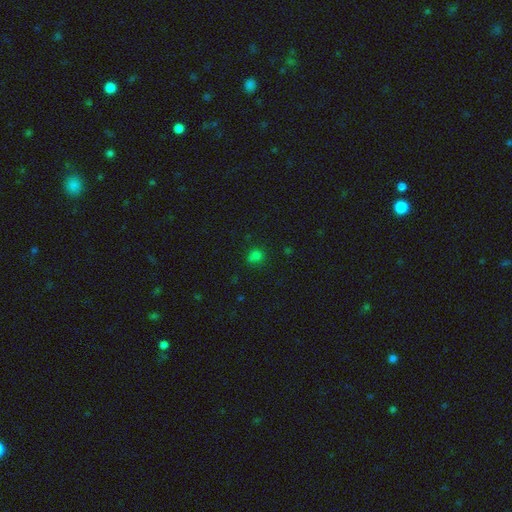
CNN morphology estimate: Smooth or featured? smooth (71%)
How rounded? round (75%)
Merging? none (64%)